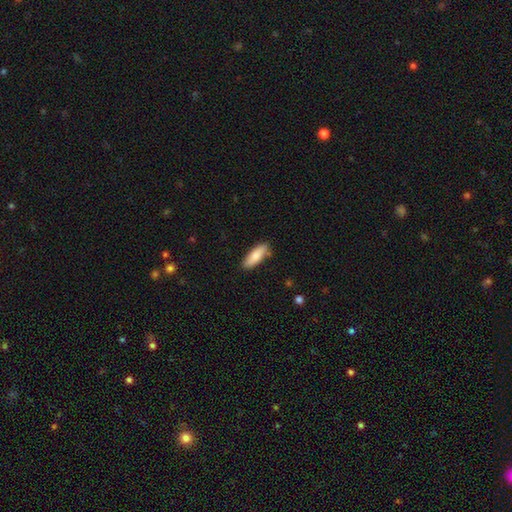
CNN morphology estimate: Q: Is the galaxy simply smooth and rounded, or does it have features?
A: smooth — 83%.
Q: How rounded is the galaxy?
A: in between — 60%.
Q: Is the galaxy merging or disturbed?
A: none — 82%.